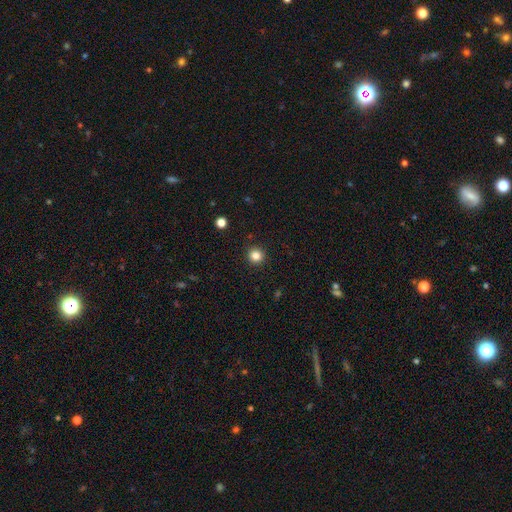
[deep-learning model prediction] Overall: smooth (84%). How rounded: round (95%). Merging: none (93%).